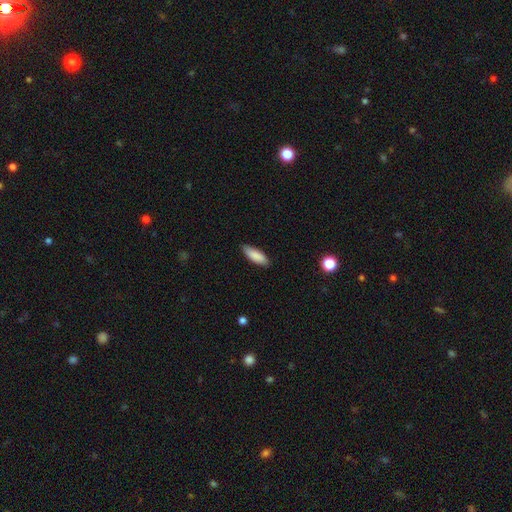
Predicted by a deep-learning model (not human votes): This is clearly a smooth galaxy (87%). How rounded: likely in between (62%). Merging: clearly none (85%).